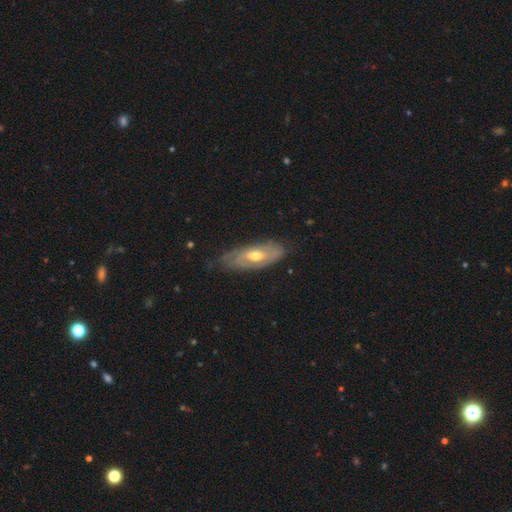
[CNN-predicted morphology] Q: Smooth or featured?
A: featured or disk (69%); runner-up: smooth (25%)
Q: Edge-on disk?
A: no (82%); runner-up: yes (18%)
Q: Bar?
A: no (53%); runner-up: weak (36%)
Q: Spiral arms?
A: yes (68%); runner-up: no (32%)
Q: Bulge size?
A: moderate (71%); runner-up: small (23%)
Q: Merging?
A: none (67%); runner-up: minor disturbance (24%)